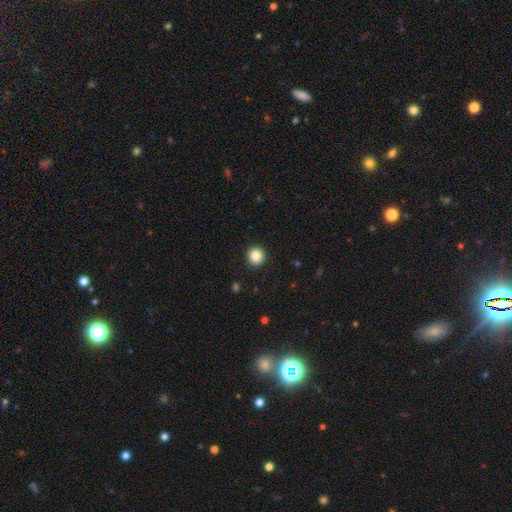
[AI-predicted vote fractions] Overall: smooth (84%). How rounded: round (94%). Merging: none (92%).